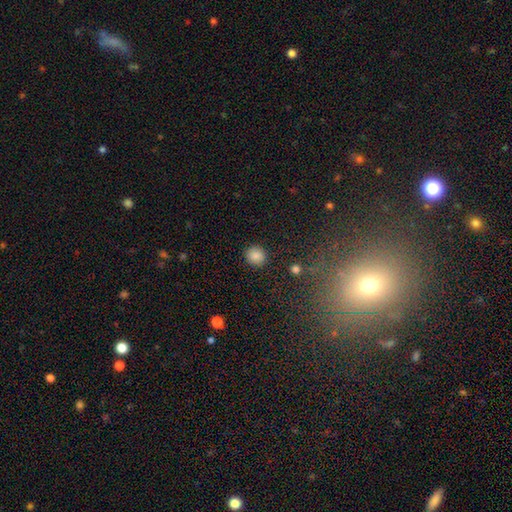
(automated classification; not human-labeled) Smooth or featured?
  - smooth: 86% *
  - star or artifact: 10%
  - featured or disk: 4%
How rounded?
  - round: 89% *
  - in between: 10%
  - cigar-shaped: 1%
Merging?
  - none: 90% *
  - minor disturbance: 6%
  - major disturbance: 2%
  - merger: 1%